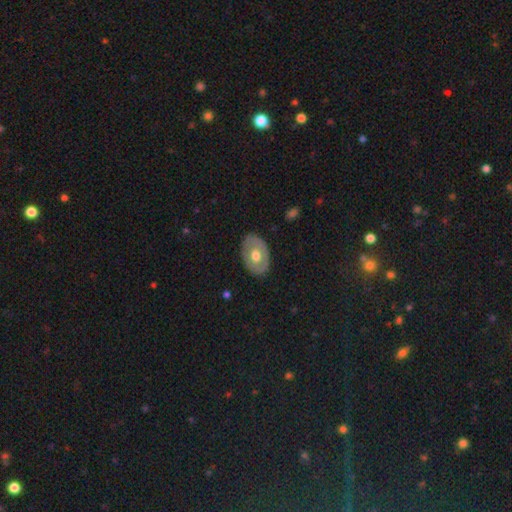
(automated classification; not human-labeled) Overall: smooth (49%; featured or disk 45%). Merging: none (83%).